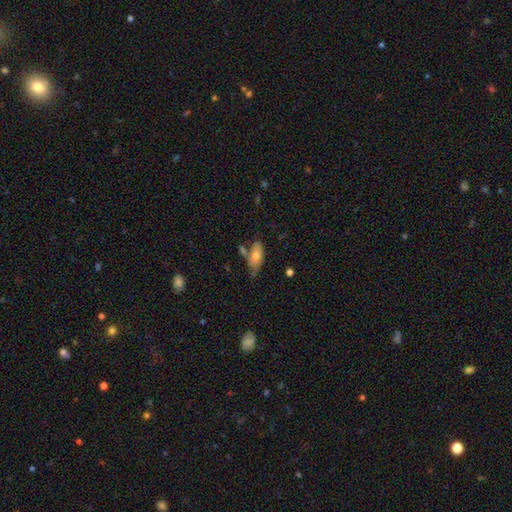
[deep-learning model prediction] Morphology: type=smooth (70%); roundness=in between (84%); merging=none (49%).